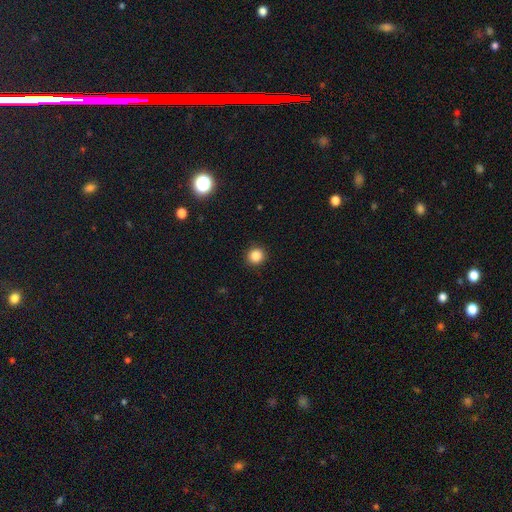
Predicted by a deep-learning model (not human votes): Smooth or featured? Predicted: smooth (p=0.86). How rounded? Predicted: round (p=0.93). Merging? Predicted: none (p=0.92).